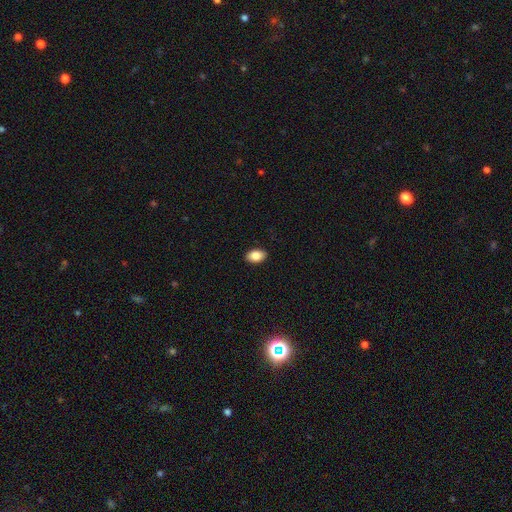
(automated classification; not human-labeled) Smooth or featured?
  - smooth: 85% *
  - star or artifact: 8%
  - featured or disk: 7%
How rounded?
  - in between: 88% *
  - round: 10%
  - cigar-shaped: 1%
Merging?
  - none: 90% *
  - minor disturbance: 7%
  - major disturbance: 2%
  - merger: 1%